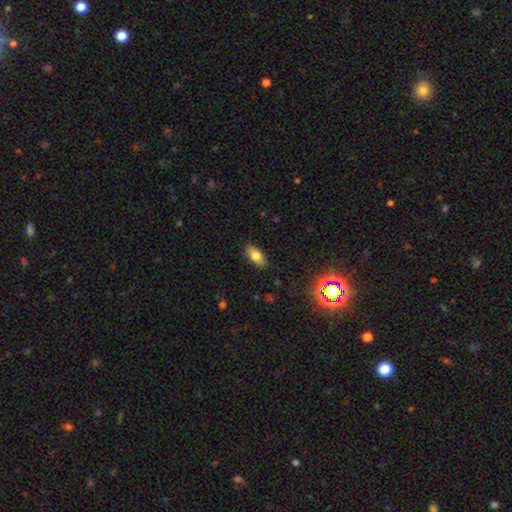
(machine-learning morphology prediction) type=smooth (77%); roundness=in between (85%); merging=none (87%).